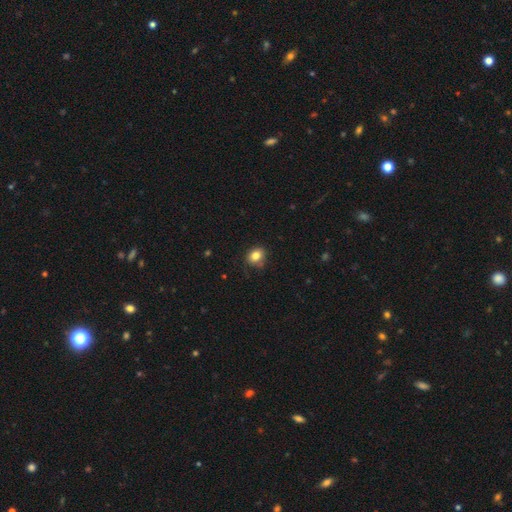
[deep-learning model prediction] A smooth galaxy with no disk features (82%) that is round (58%).

Vote fractions:
- Smooth or featured? smooth: 82% / star or artifact: 10% / featured or disk: 7%
- How rounded? round: 58% / in between: 41% / cigar-shaped: 1%
- Merging? none: 78% / minor disturbance: 17% / major disturbance: 3% / merger: 2%